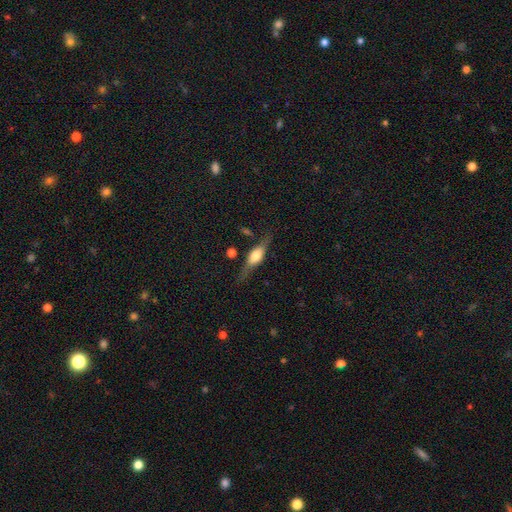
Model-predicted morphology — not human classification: featured or disk 62%, smooth 32%, star or artifact 7%. Down the decision tree: edge-on disk — yes (93%); edge-on bulge — rounded (85%); merging — none (75%).